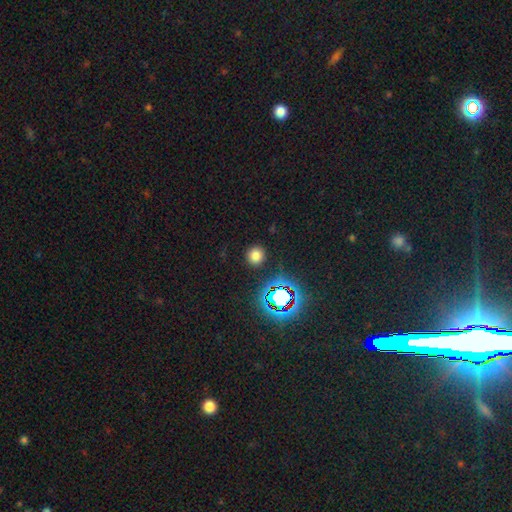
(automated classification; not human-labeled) This is likely a smooth galaxy (74%). How rounded: clearly round (92%). Merging: clearly none (90%).